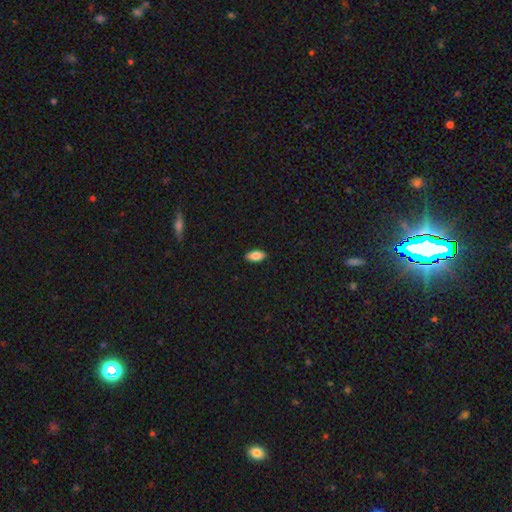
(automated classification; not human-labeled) Q: Smooth or featured?
A: smooth (86%); runner-up: featured or disk (8%)
Q: How rounded?
A: in between (90%); runner-up: cigar-shaped (8%)
Q: Merging?
A: none (90%); runner-up: minor disturbance (8%)